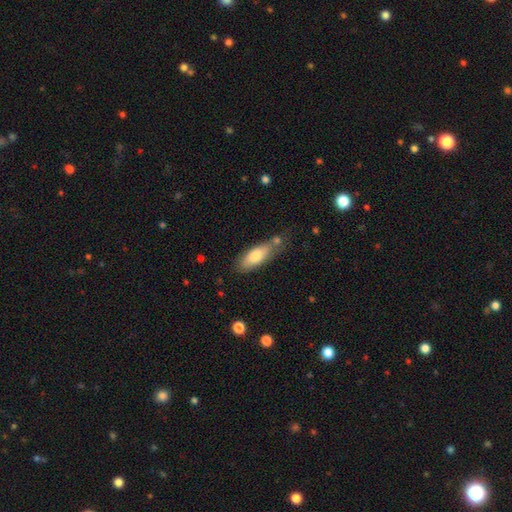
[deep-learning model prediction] smooth_or_featured: smooth (p=0.76) [alt: featured or disk p=0.18]
how_rounded: in between (p=0.69) [alt: cigar-shaped p=0.29]
merging: none (p=0.54) [alt: minor disturbance p=0.24]